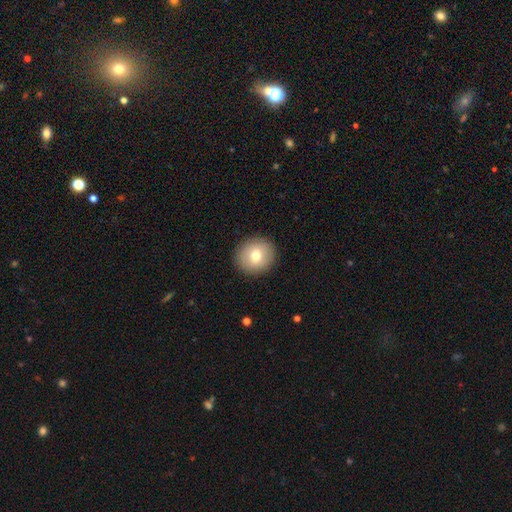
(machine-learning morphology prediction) Smooth or featured? Predicted: smooth (p=0.75). How rounded? Predicted: round (p=0.85). Merging? Predicted: none (p=0.91).